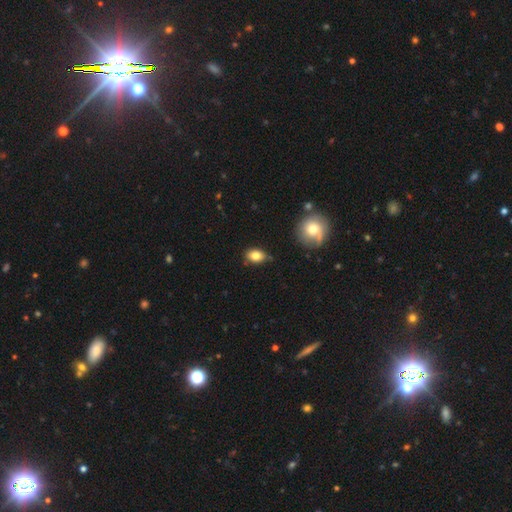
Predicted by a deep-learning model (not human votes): smooth_or_featured: smooth (p=0.83) [alt: star or artifact p=0.09]
how_rounded: in between (p=0.81) [alt: round p=0.18]
merging: none (p=0.81) [alt: minor disturbance p=0.14]